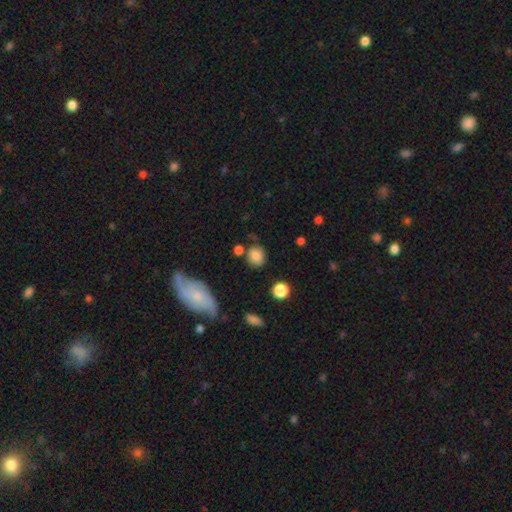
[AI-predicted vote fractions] Smooth or featured? smooth (82%)
How rounded? round (66%)
Merging? none (68%)